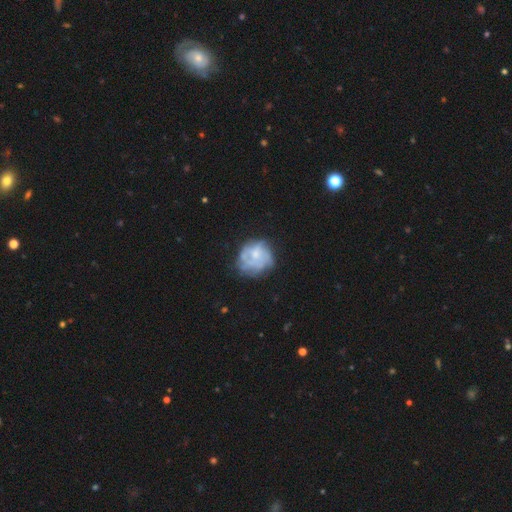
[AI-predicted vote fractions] A featured or disk galaxy (57%) with no bar (85%), no spiral arms (60%) and a moderate central bulge (39%).

Vote fractions:
- Smooth or featured? featured or disk: 57% / smooth: 34% / star or artifact: 9%
- Edge-on disk? no: 98% / yes: 2%
- Bar? no: 85% / weak: 13% / strong: 2%
- Spiral arms? no: 60% / yes: 40%
- Bulge size? moderate: 39% / small: 31% / none: 23% / large: 5% / dominant: 1%
- Merging? none: 57% / minor disturbance: 23% / major disturbance: 16% / merger: 4%